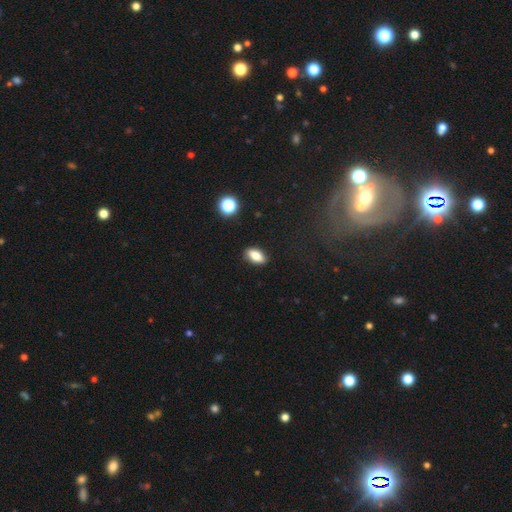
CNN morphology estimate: A smooth galaxy with no disk features (82%) that is in between round and cigar-shaped (87%).

Vote fractions:
- Smooth or featured? smooth: 82% / featured or disk: 9% / star or artifact: 9%
- How rounded? in between: 87% / cigar-shaped: 8% / round: 5%
- Merging? none: 87% / minor disturbance: 9% / major disturbance: 2% / merger: 1%